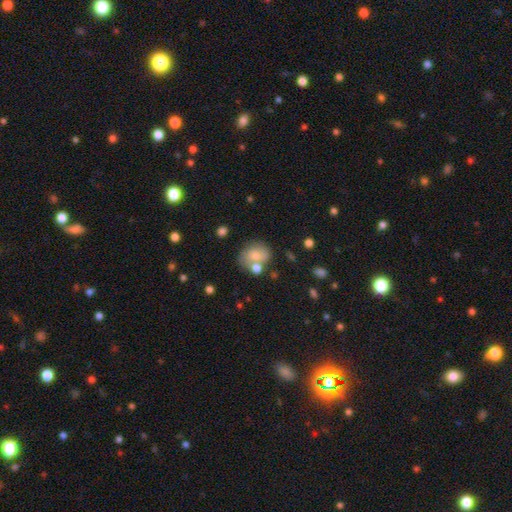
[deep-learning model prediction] smooth_or_featured: smooth (p=0.70) [alt: featured or disk p=0.21]
how_rounded: in between (p=0.51) [alt: round p=0.48]
merging: none (p=0.48) [alt: merger p=0.23]